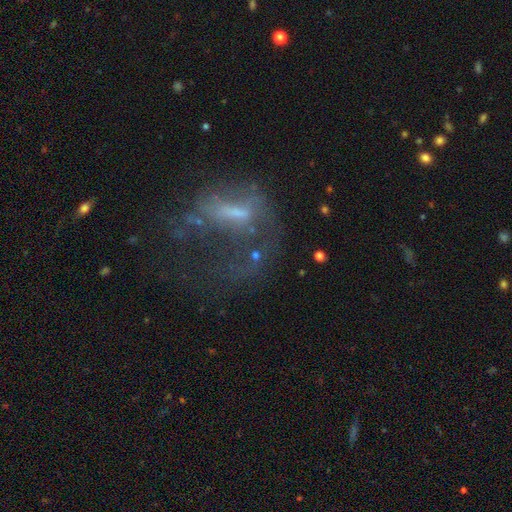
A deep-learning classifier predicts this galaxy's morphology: Q: Smooth or featured?
A: featured or disk (48%); runner-up: smooth (29%)
Q: Merging?
A: none (43%); runner-up: major disturbance (30%)